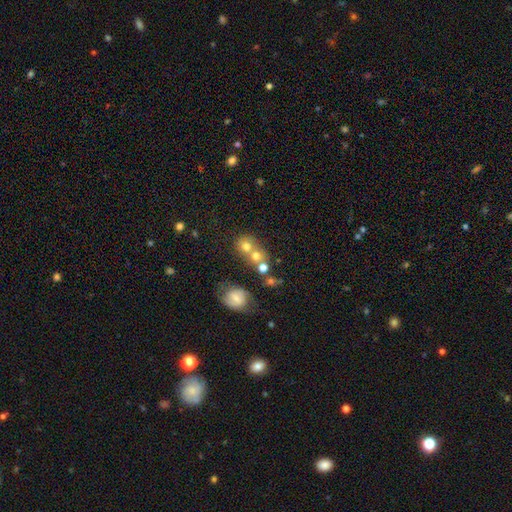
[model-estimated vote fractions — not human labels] Smooth or featured? Predicted: smooth (p=0.64). How rounded? Predicted: round (p=0.73). Merging? Predicted: merger (p=0.50).